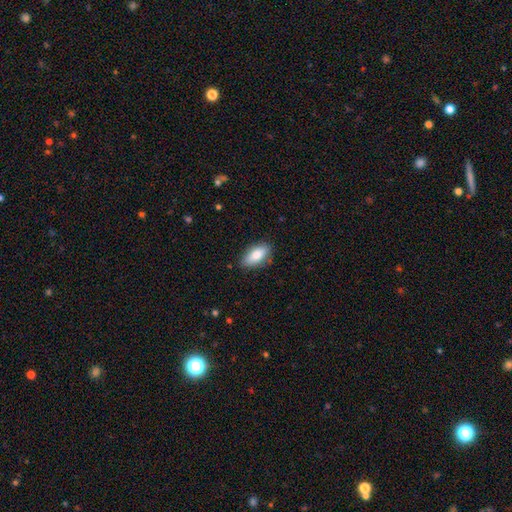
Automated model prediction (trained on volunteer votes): Q: Smooth or featured?
A: smooth (81%); runner-up: featured or disk (12%)
Q: How rounded?
A: in between (86%); runner-up: cigar-shaped (11%)
Q: Merging?
A: none (84%); runner-up: minor disturbance (13%)